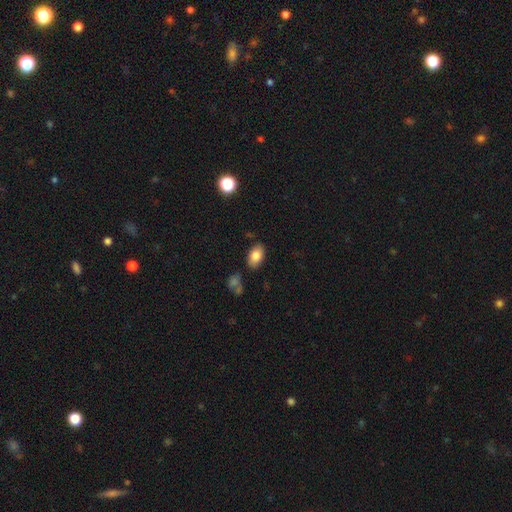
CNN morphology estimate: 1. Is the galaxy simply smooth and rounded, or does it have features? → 83% smooth, 10% featured or disk, 8% star or artifact.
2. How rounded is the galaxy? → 91% in between, 8% round, 2% cigar-shaped.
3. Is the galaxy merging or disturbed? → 82% none, 12% minor disturbance, 3% merger, 3% major disturbance.